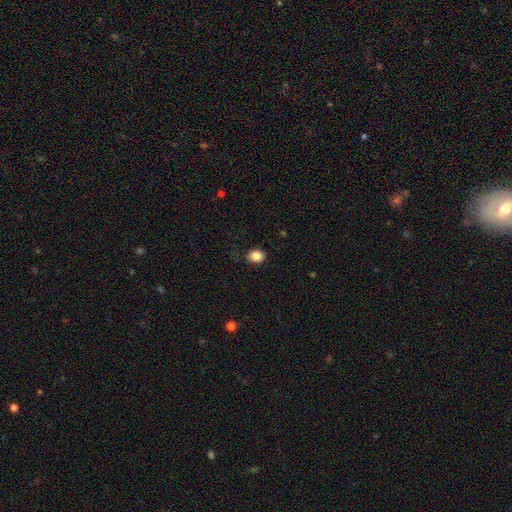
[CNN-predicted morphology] smooth_or_featured: smooth (p=0.86) [alt: star or artifact p=0.10]
how_rounded: round (p=0.56) [alt: in between p=0.44]
merging: none (p=0.84) [alt: minor disturbance p=0.12]